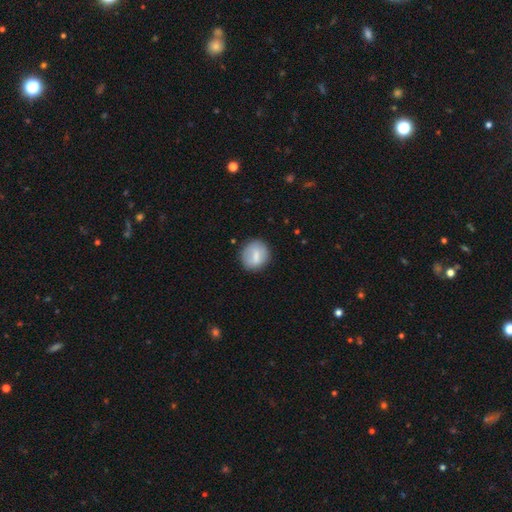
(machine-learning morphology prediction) The model was most divided on "smooth or featured": smooth: 70%, featured or disk: 23%, star or artifact: 7%. More confident: merging — none (80%); how rounded — round (80%).